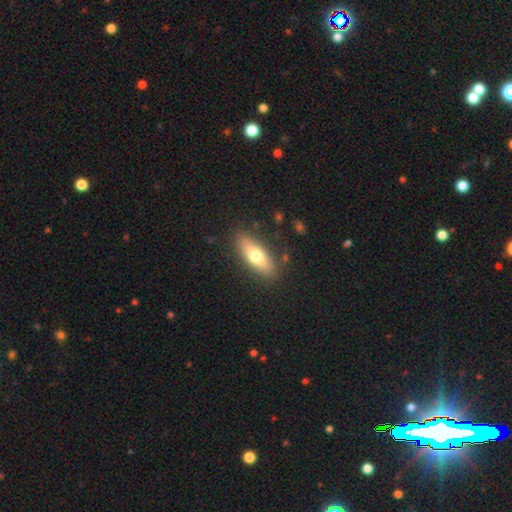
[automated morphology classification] A smooth galaxy with no disk features (63%) that is in between round and cigar-shaped (62%). Merging: none (85%).